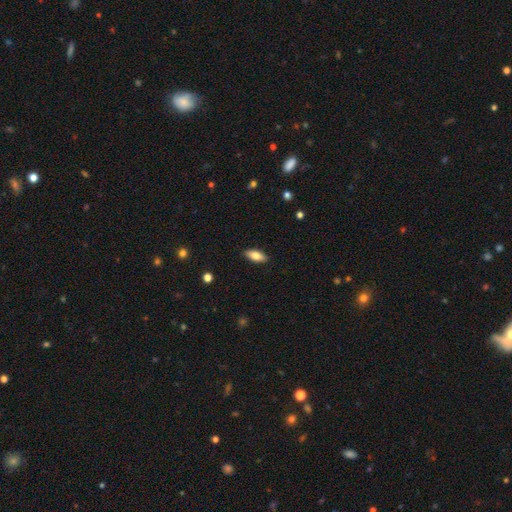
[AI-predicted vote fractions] A smooth galaxy with no disk features (75%) that is in between round and cigar-shaped (78%). Merging: none (89%).